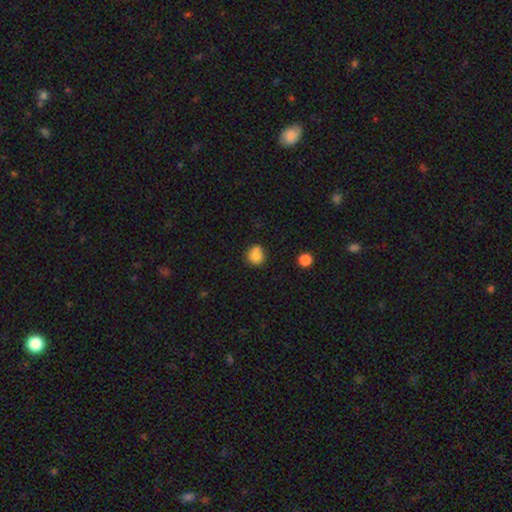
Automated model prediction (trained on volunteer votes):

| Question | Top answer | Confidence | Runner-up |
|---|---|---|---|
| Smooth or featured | smooth | 80% | star or artifact (10%) |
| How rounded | round | 84% | in between (15%) |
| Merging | none | 62% | minor disturbance (17%) |